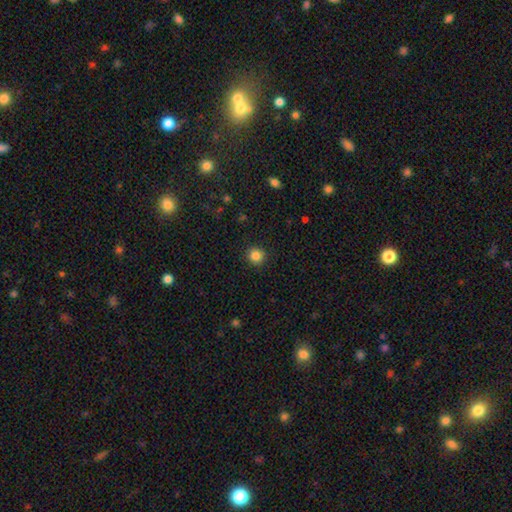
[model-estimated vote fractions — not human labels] Smooth or featured: smooth — 84% (star or artifact — 11%)
How rounded: round — 93% (in between — 6%)
Merging: none — 92% (minor disturbance — 5%)